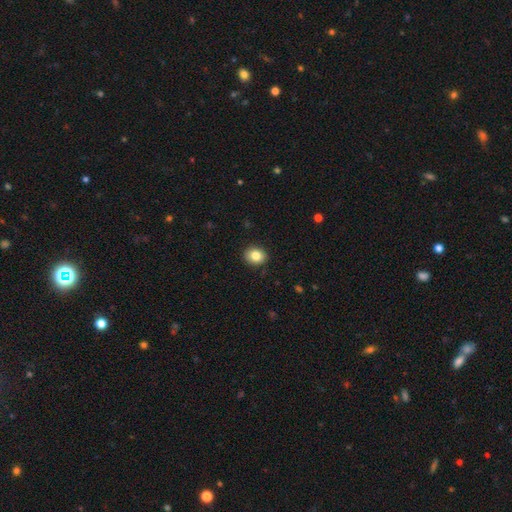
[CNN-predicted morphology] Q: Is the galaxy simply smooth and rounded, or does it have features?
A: smooth — 83%.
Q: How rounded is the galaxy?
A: round — 64%.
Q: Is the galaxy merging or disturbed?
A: none — 91%.